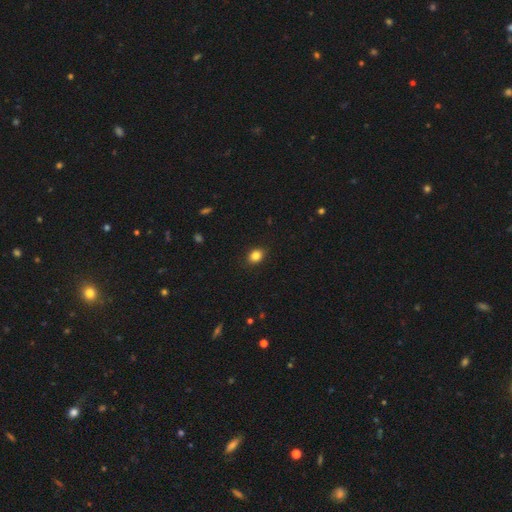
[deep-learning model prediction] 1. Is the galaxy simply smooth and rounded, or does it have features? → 85% smooth, 10% star or artifact, 5% featured or disk.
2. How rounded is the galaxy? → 51% round, 48% in between, 1% cigar-shaped.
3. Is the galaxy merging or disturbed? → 90% none, 7% minor disturbance, 2% major disturbance, 1% merger.